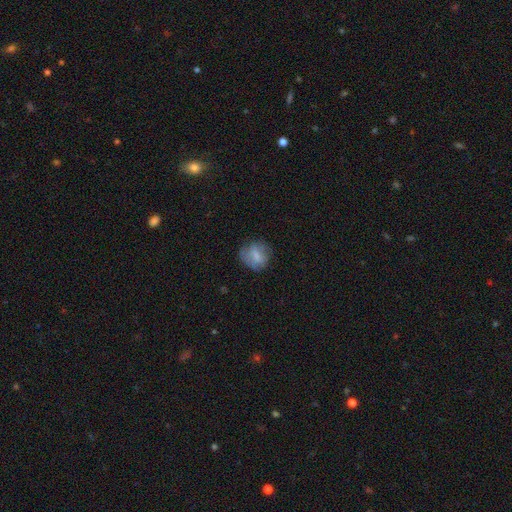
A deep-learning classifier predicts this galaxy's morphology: type=smooth (67%); roundness=round (72%); merging=none (65%).